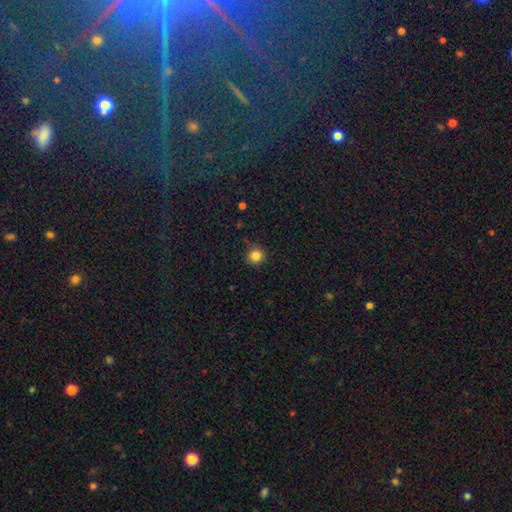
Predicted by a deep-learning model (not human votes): Morphology: type=smooth (84%); roundness=round (93%); merging=none (84%).